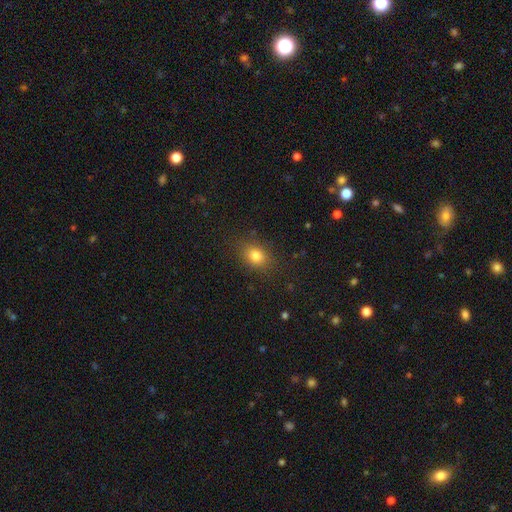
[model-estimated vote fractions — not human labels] A smooth galaxy with no disk features (81%) that is in between round and cigar-shaped (58%).

Vote fractions:
- Smooth or featured? smooth: 81% / star or artifact: 12% / featured or disk: 8%
- How rounded? in between: 58% / round: 41% / cigar-shaped: 1%
- Merging? none: 84% / minor disturbance: 11% / major disturbance: 4% / merger: 1%